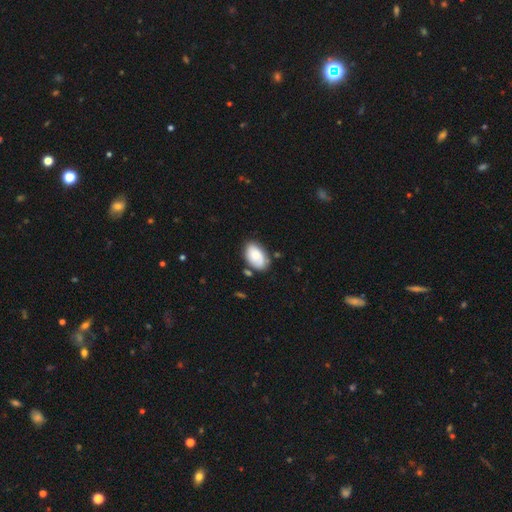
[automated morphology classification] Smooth or featured: smooth — 78% (featured or disk — 15%)
How rounded: in between — 93% (round — 6%)
Merging: none — 70% (minor disturbance — 20%)